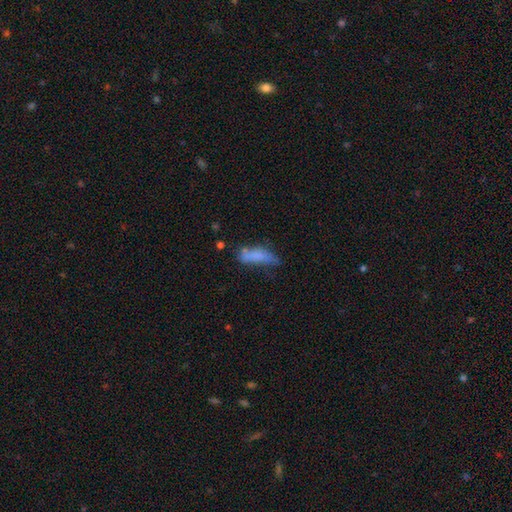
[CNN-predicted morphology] Smooth or featured? Predicted: smooth (p=0.69). How rounded? Predicted: in between (p=0.50). Merging? Predicted: none (p=0.37).